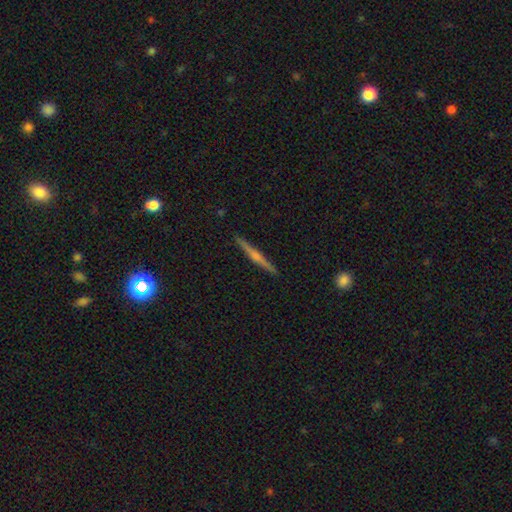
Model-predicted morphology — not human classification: Overall: featured or disk (70%). Edge-on disk: yes (98%). Edge-on bulge: rounded (80%). Merging: none (92%).